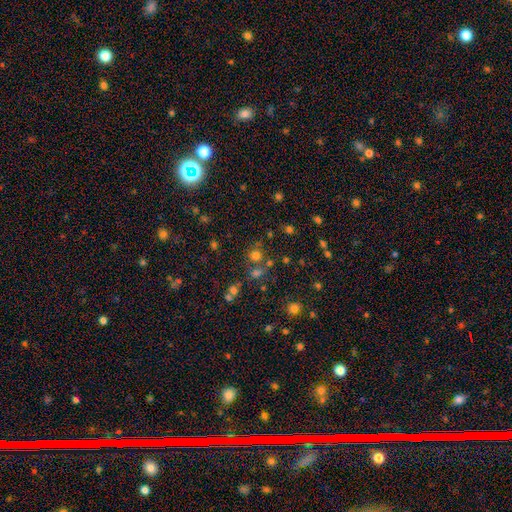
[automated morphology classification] Smooth or featured? smooth (67%)
How rounded? round (88%)
Merging? none (68%)